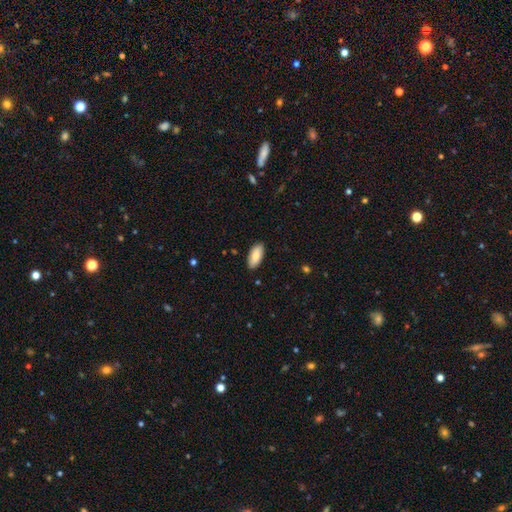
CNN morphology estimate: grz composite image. It shows a smooth galaxy with no disk features (83%) that is in between round and cigar-shaped (89%). Merging: none (88%).